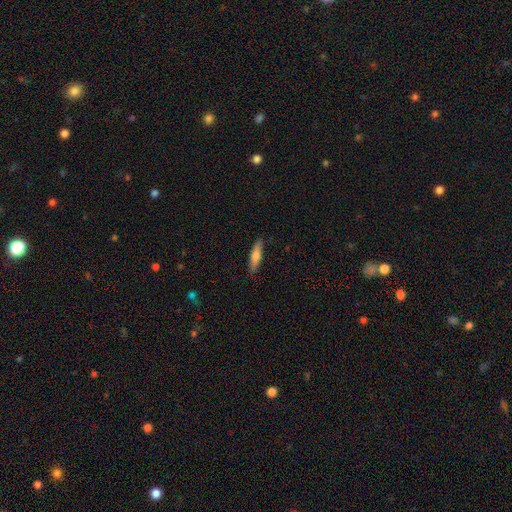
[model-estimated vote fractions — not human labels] Smooth or featured: smooth — 63% (featured or disk — 31%)
How rounded: cigar-shaped — 77% (in between — 21%)
Merging: none — 87% (minor disturbance — 10%)